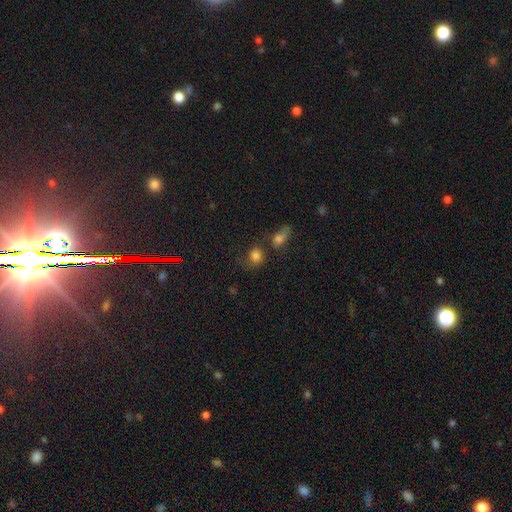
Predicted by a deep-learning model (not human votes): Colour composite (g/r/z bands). It shows a smooth galaxy with no disk features (77%) that is round (72%). Merging: none (41%).